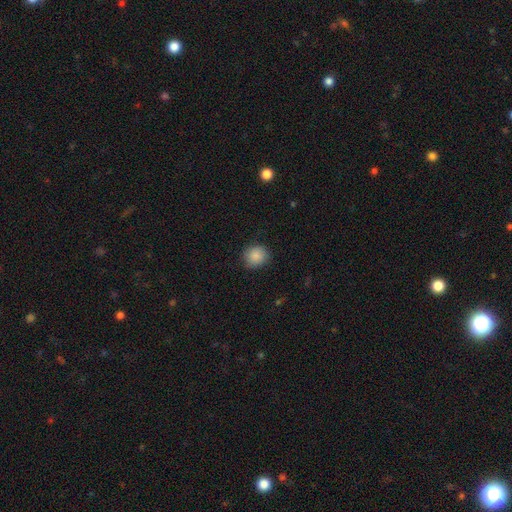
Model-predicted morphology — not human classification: Smooth or featured? Predicted: smooth (p=0.88). How rounded? Predicted: round (p=0.82). Merging? Predicted: none (p=0.86).